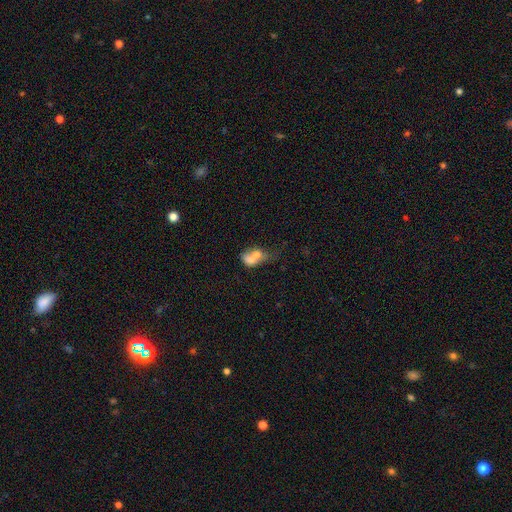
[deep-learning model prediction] Smooth or featured? smooth (63%)
How rounded? in between (73%)
Merging? merger (53%)